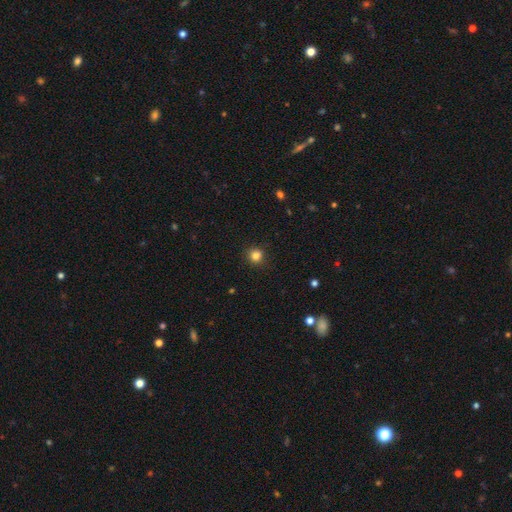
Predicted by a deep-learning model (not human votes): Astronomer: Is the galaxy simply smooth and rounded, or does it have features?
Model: smooth — 83%.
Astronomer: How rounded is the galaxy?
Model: round — 91%.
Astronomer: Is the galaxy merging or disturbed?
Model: none — 89%.